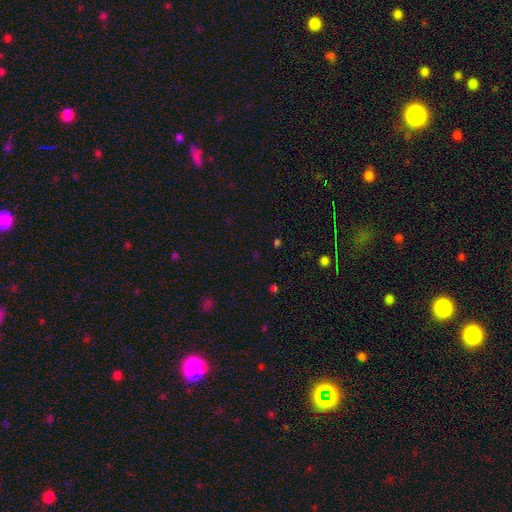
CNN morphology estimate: The model was most divided on "smooth or featured": star or artifact: 59%, smooth: 34%, featured or disk: 7%.